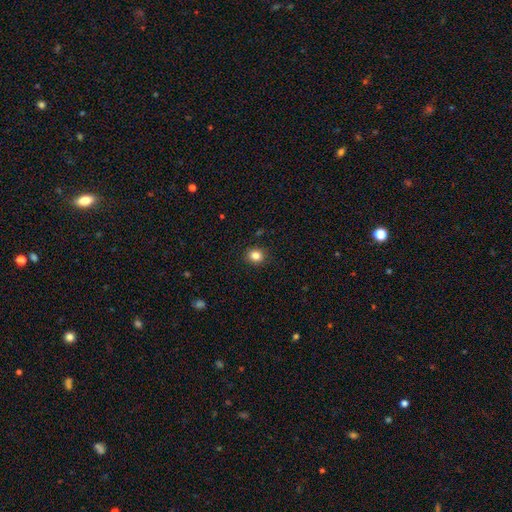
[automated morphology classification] A smooth galaxy with no disk features (83%) that is round (79%). Merging: none (91%).